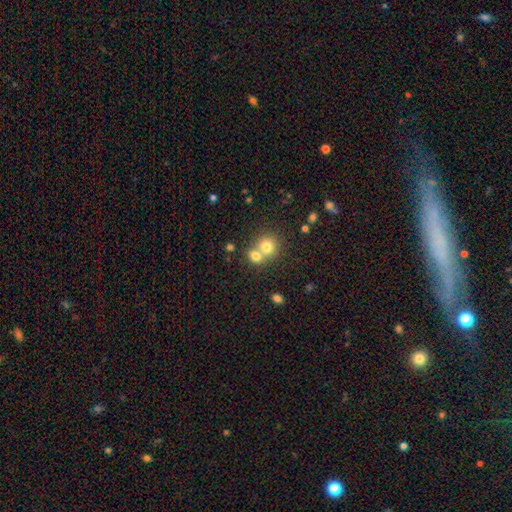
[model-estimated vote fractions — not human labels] smooth 76%, featured or disk 12%, star or artifact 12%. Down the decision tree: how rounded — round (75%); merging — merger (57%).